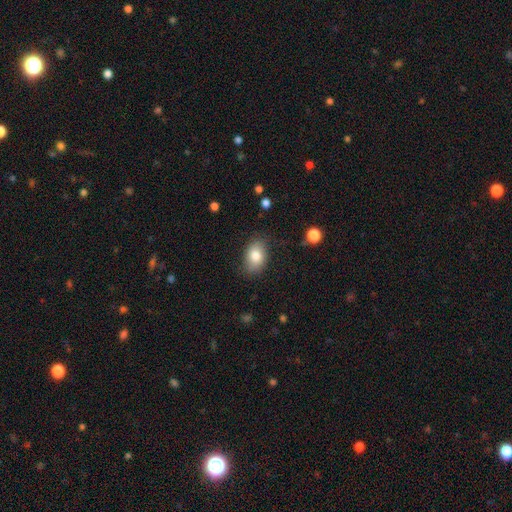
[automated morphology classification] smooth 81%, featured or disk 11%, star or artifact 8%. Down the decision tree: how rounded — in between (85%); merging — none (79%).